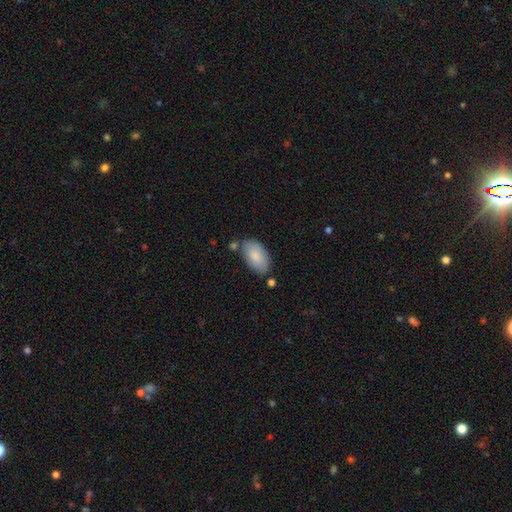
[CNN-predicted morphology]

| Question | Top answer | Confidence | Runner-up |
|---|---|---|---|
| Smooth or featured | smooth | 83% | featured or disk (11%) |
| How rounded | in between | 95% | round (3%) |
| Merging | none | 70% | minor disturbance (18%) |